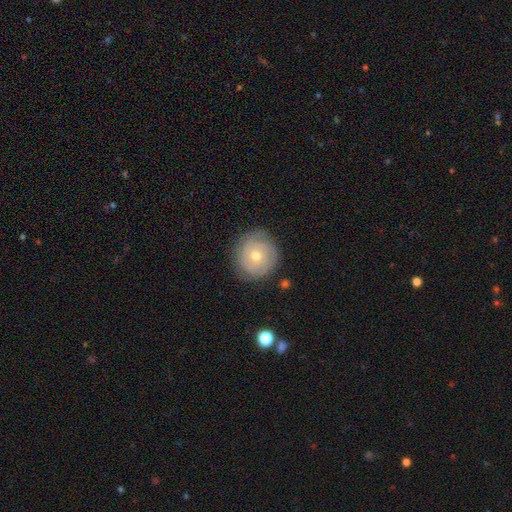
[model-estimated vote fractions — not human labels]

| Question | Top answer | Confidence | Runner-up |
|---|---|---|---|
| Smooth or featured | featured or disk | 54% | smooth (37%) |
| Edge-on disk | no | 97% | yes (3%) |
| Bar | no | 83% | weak (14%) |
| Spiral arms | yes | 70% | no (30%) |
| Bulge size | moderate | 51% | small (45%) |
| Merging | none | 80% | minor disturbance (14%) |